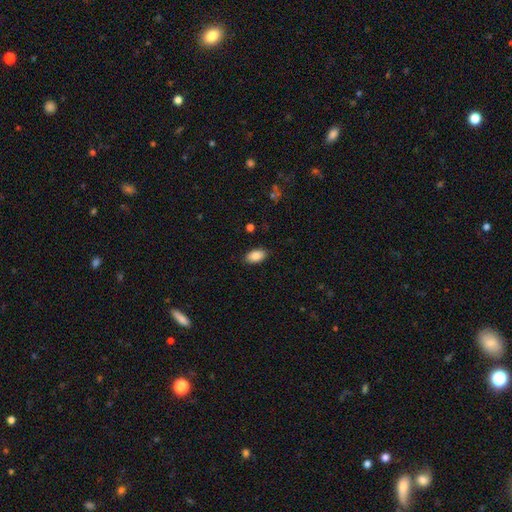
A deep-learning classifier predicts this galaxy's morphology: A smooth galaxy with no disk features (88%) that is in between round and cigar-shaped (93%).

Vote fractions:
- Smooth or featured? smooth: 88% / star or artifact: 7% / featured or disk: 5%
- How rounded? in between: 93% / round: 4% / cigar-shaped: 3%
- Merging? none: 87% / minor disturbance: 10% / major disturbance: 2% / merger: 1%